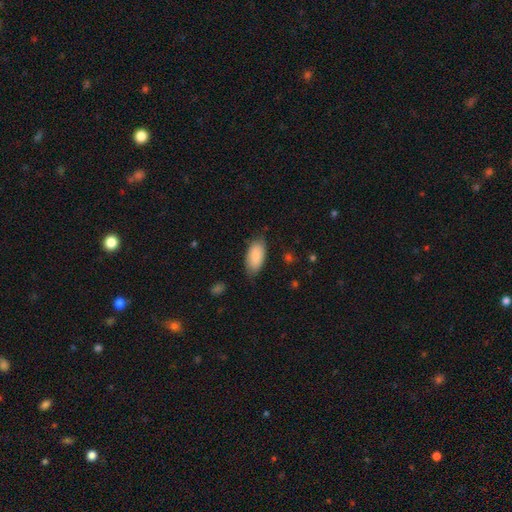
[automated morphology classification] This is clearly a smooth galaxy (87%). How rounded: clearly in between (92%). Merging: likely none (76%).